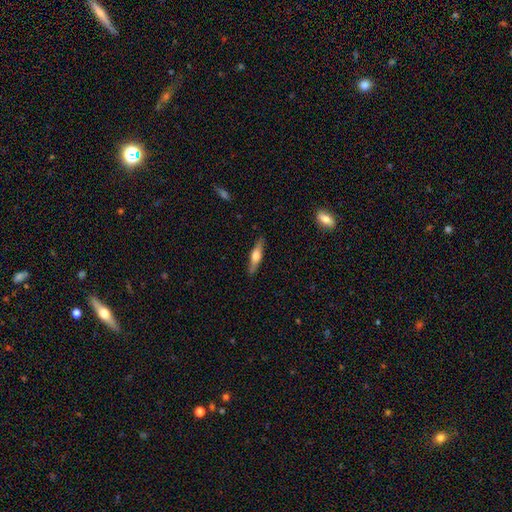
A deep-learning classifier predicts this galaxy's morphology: Smooth or featured: featured or disk — 54% (smooth — 41%)
Edge-on disk: yes — 95% (no — 5%)
Edge-on bulge: rounded — 88% (boxy — 9%)
Merging: none — 88% (minor disturbance — 9%)